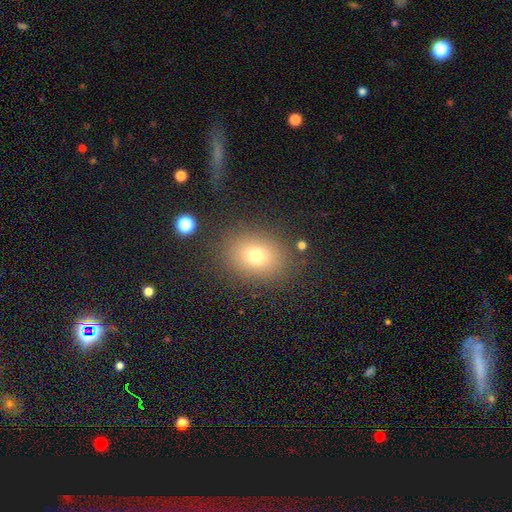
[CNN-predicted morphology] Smooth or featured? Predicted: smooth (p=0.73). How rounded? Predicted: in between (p=0.58). Merging? Predicted: none (p=0.83).